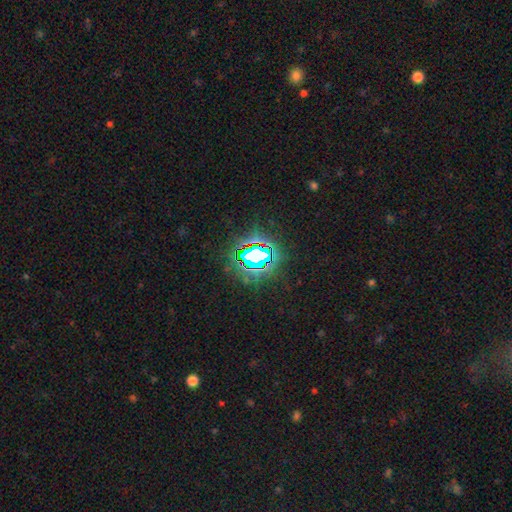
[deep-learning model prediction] The model was most divided on "smooth or featured": star or artifact: 77%, smooth: 12%, featured or disk: 11%.